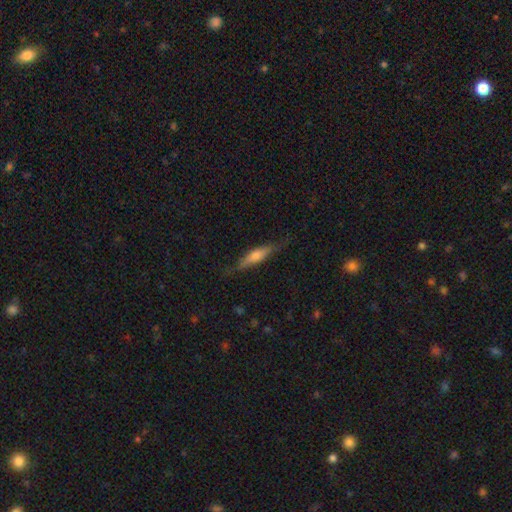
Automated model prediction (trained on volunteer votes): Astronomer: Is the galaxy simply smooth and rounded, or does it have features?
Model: smooth — 51% (runner-up: featured or disk, 43%).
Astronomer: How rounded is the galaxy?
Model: cigar-shaped — 77%.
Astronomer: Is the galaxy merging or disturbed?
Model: none — 76%.